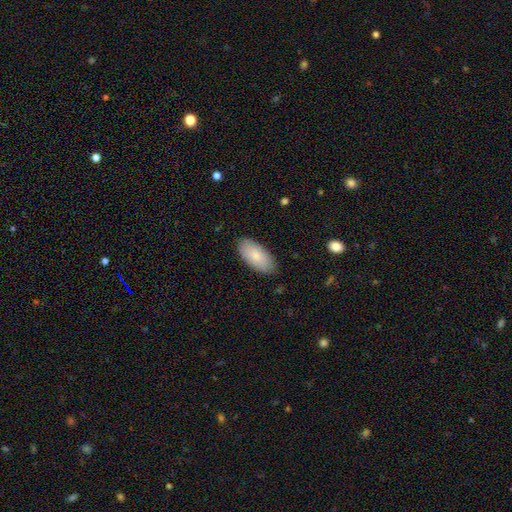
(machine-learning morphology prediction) type=smooth (82%); roundness=in between (93%); merging=none (86%).